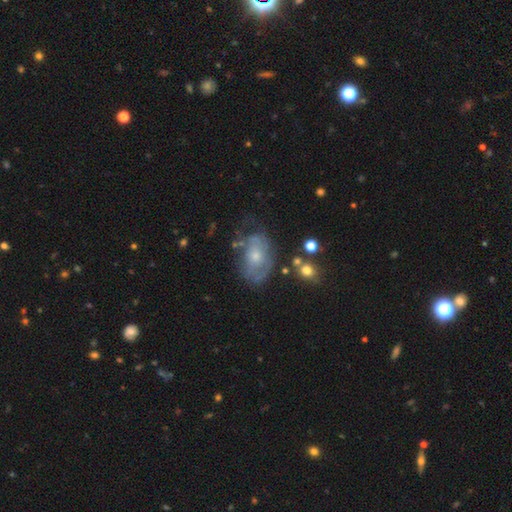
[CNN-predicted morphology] This is possibly a featured or disk galaxy (59%). It is clearly not viewed edge-on (95%). Bar: clearly no (81%). Spiral arm pattern: possibly yes (56%). Central bulge: possibly small (49%). Merging: possibly none (50%).